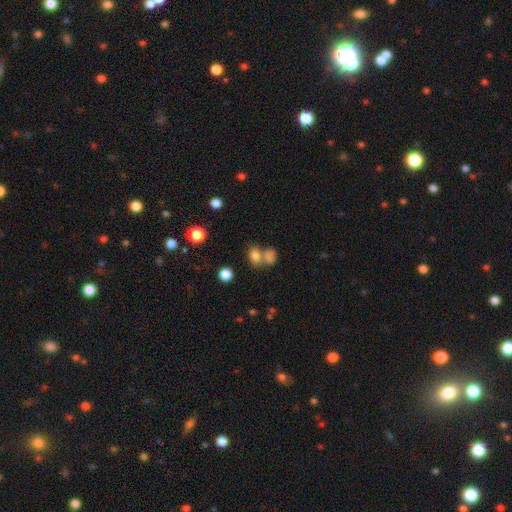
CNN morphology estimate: A smooth galaxy with no disk features (78%) that is in between round and cigar-shaped (65%). Merging: merger (44%).